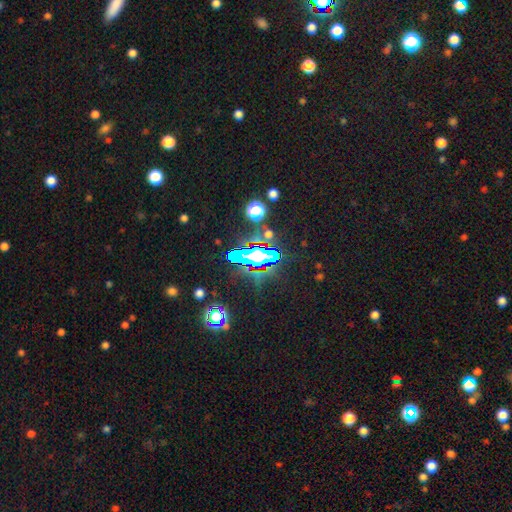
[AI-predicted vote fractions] The model was most divided on "smooth or featured": star or artifact: 61%, smooth: 25%, featured or disk: 14%.